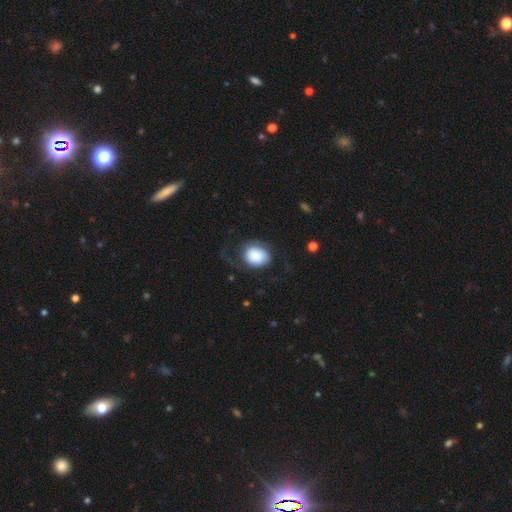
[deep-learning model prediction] Overall: smooth (75%). How rounded: in between (57%; round 42%). Merging: none (56%; major disturbance 21%).